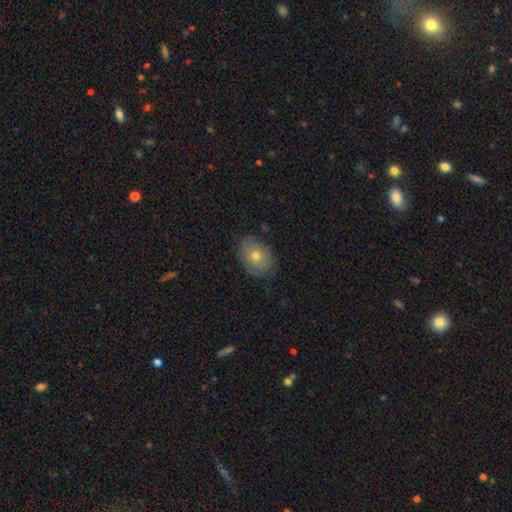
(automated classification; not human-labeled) Smooth or featured?
  - smooth: 63% *
  - featured or disk: 29%
  - star or artifact: 8%
How rounded?
  - in between: 75% *
  - round: 24%
  - cigar-shaped: 1%
Merging?
  - none: 76% *
  - minor disturbance: 19%
  - major disturbance: 4%
  - merger: 1%